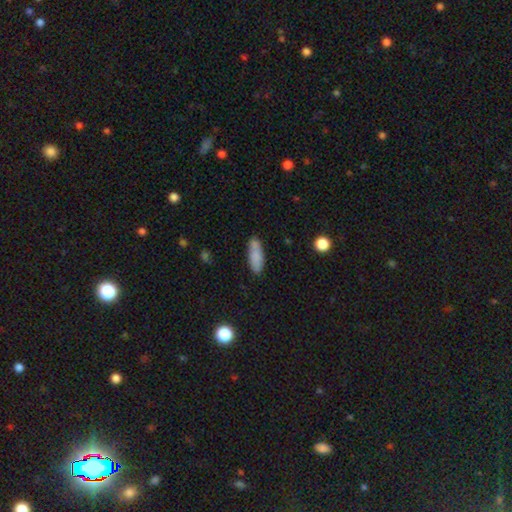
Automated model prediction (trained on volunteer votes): The model was most divided on "how rounded": in between: 59%, cigar-shaped: 39%, round: 2%. More confident: smooth or featured — smooth (83%); merging — none (73%).